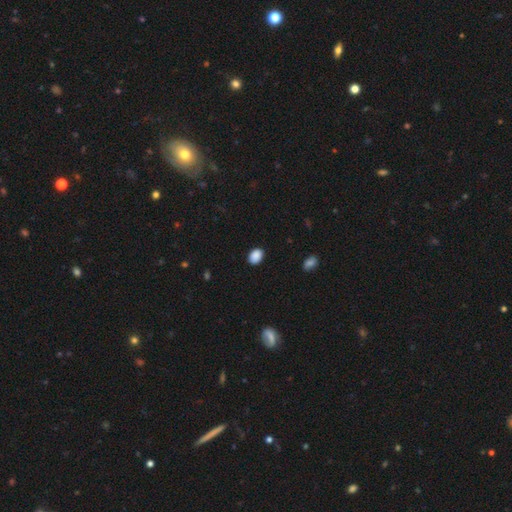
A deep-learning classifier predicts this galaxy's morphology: Smooth or featured? smooth (89%)
How rounded? in between (71%)
Merging? none (86%)